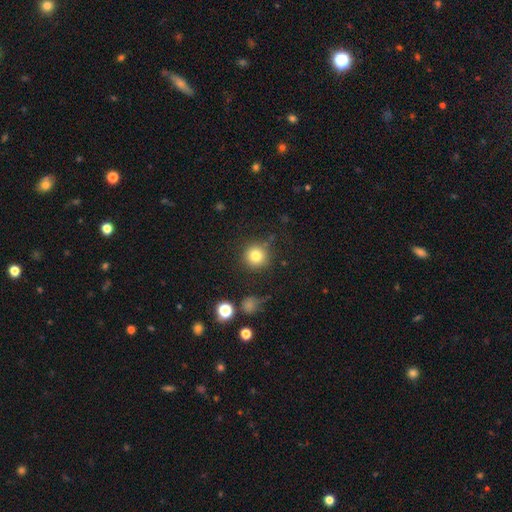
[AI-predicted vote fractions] Q: Smooth or featured?
A: smooth (80%); runner-up: star or artifact (12%)
Q: How rounded?
A: round (94%); runner-up: in between (5%)
Q: Merging?
A: none (83%); runner-up: minor disturbance (10%)